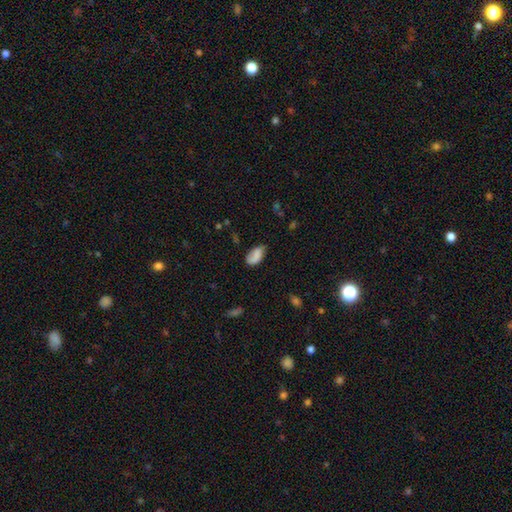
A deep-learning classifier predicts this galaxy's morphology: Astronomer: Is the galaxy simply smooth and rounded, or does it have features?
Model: smooth — 75%.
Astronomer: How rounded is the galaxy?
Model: in between — 93%.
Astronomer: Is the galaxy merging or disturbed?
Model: none — 60%.